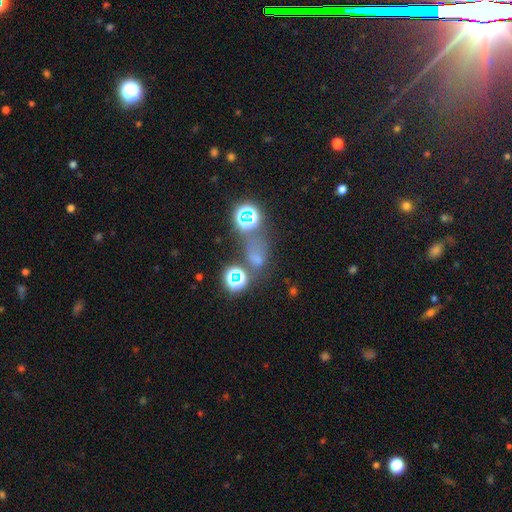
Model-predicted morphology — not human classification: Q: Smooth or featured?
A: star or artifact (49%); runner-up: smooth (39%)